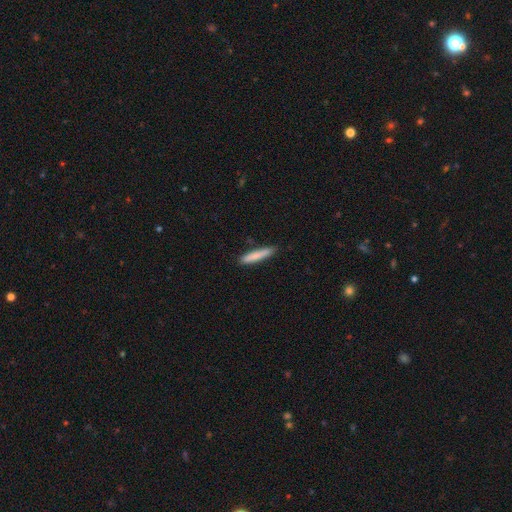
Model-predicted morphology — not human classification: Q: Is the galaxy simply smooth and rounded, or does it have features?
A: smooth — 82%.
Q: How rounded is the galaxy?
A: cigar-shaped — 92%.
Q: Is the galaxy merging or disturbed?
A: none — 87%.